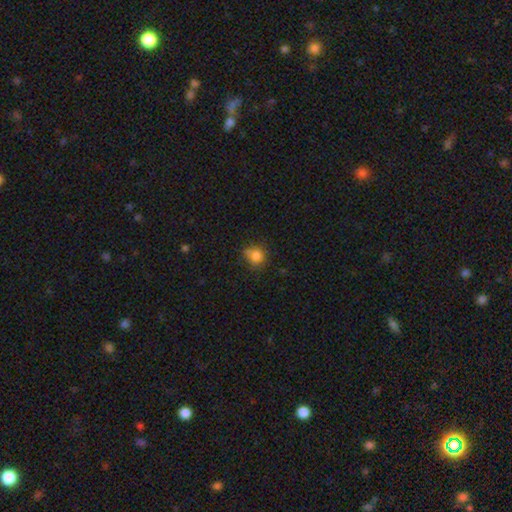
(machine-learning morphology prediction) Smooth or featured? Predicted: smooth (p=0.79). How rounded? Predicted: round (p=0.81). Merging? Predicted: none (p=0.61).